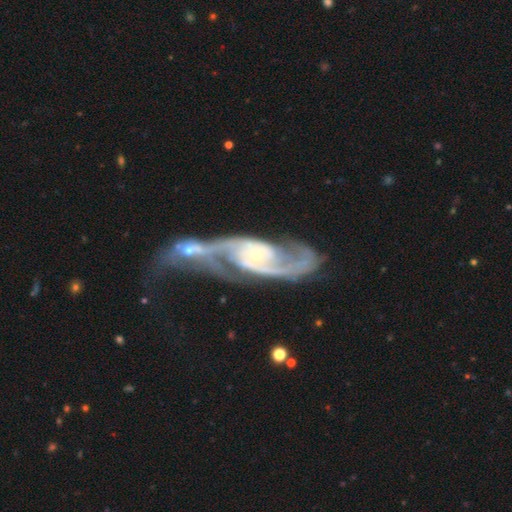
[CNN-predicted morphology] type=featured or disk (92%); edge-on=no (96%); bar=no (55%); spiral arms=yes (98%); winding=medium (52%); arm count=2 (88%); bulge=small (72%); merging=merger (62%).